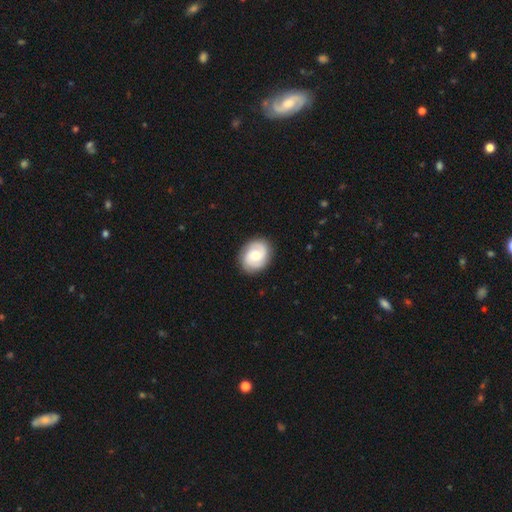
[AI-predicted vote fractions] This appears to be a featured or disk galaxy (60%) with no bar (67%), 2 (66%) tight (48%) spiral arms (87%) and a moderate central bulge (66%). Merging: none (86%).